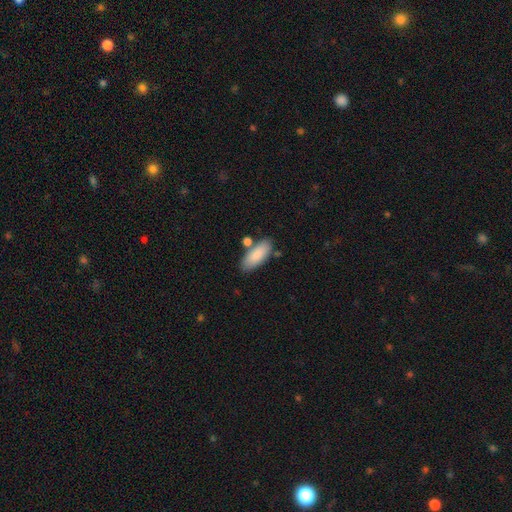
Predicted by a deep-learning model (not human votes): smooth_or_featured: smooth (p=0.86) [alt: featured or disk p=0.08]
how_rounded: in between (p=0.78) [alt: cigar-shaped p=0.20]
merging: none (p=0.72) [alt: minor disturbance p=0.13]